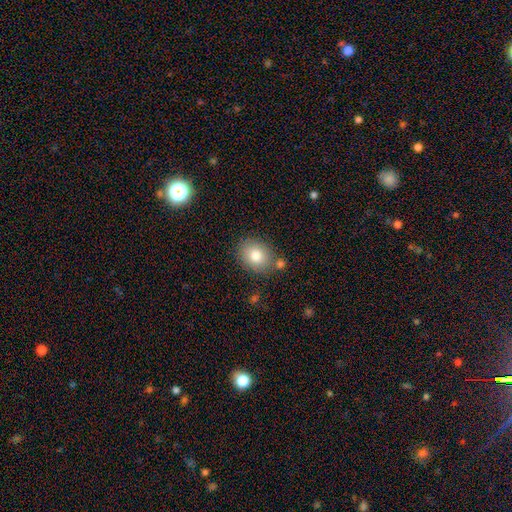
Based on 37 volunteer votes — Volunteers were most divided on "how rounded": in between: 52%, round: 48%, cigar-shaped: 0%. More confident: smooth or featured — smooth (89%); merging — none (89%).